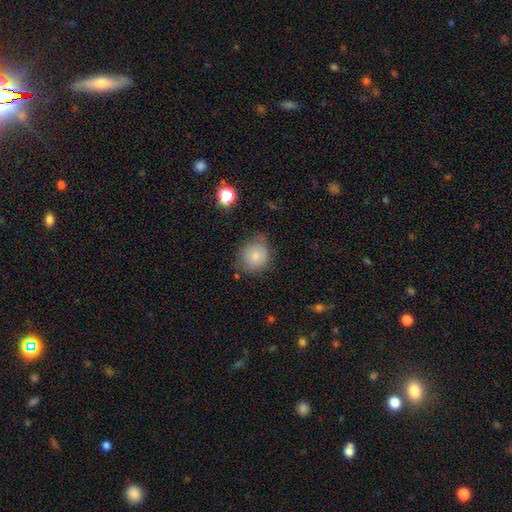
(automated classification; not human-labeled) Smooth or featured? smooth (76%)
How rounded? round (81%)
Merging? none (62%)